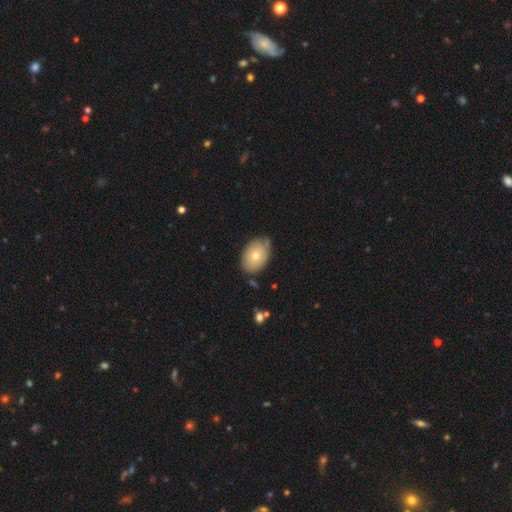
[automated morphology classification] smooth 73%, featured or disk 19%, star or artifact 8%. Down the decision tree: how rounded — in between (83%); merging — none (73%).